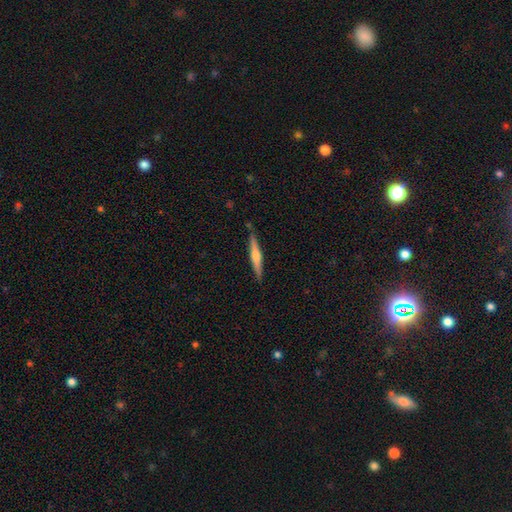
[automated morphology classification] type=featured or disk (60%); edge-on=yes (97%); edge-on bulge=rounded (84%); merging=none (88%).